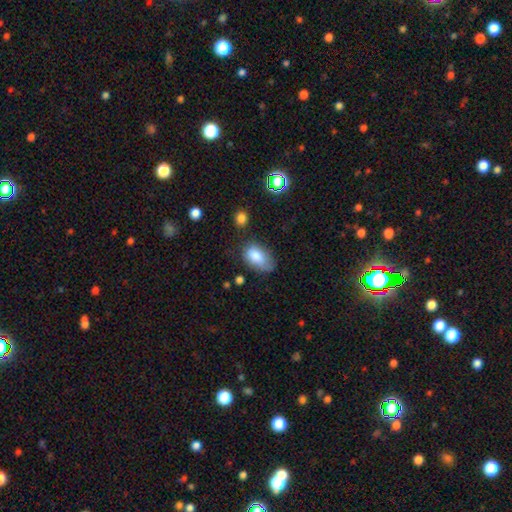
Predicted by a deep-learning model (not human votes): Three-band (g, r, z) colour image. It shows a smooth galaxy with no disk features (83%) that is in between round and cigar-shaped (92%). Merging: none (52%).